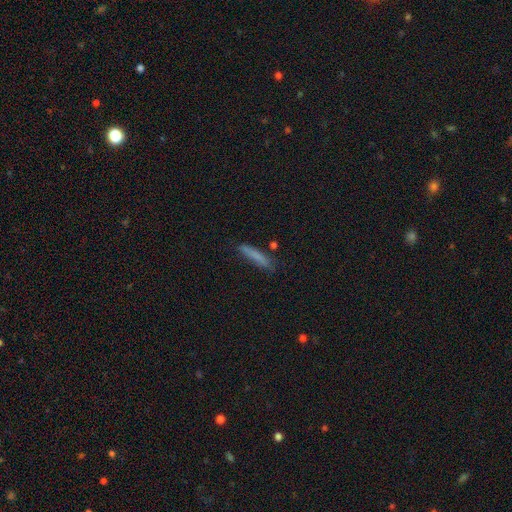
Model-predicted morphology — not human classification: smooth 79%, featured or disk 13%, star or artifact 8%. Down the decision tree: how rounded — cigar-shaped (91%); merging — none (79%).